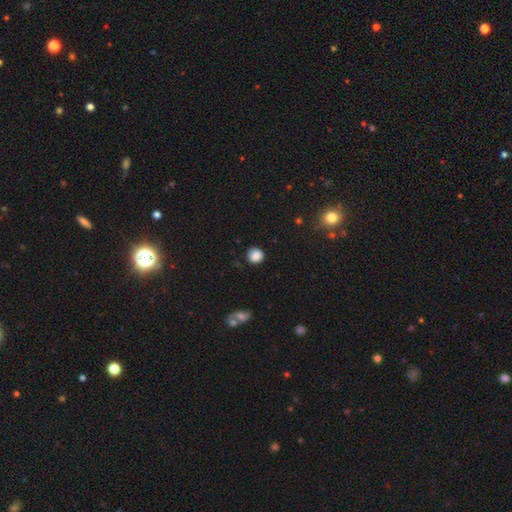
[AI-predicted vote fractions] smooth_or_featured: smooth (p=0.86) [alt: star or artifact p=0.10]
how_rounded: round (p=0.92) [alt: in between p=0.07]
merging: none (p=0.87) [alt: minor disturbance p=0.09]